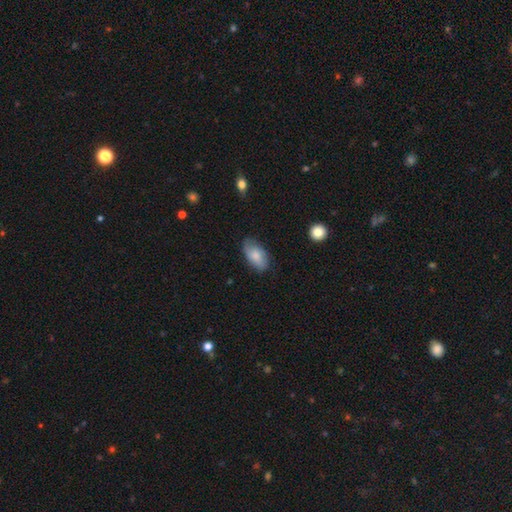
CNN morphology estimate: Overall: smooth (77%). How rounded: in between (94%). Merging: none (70%).